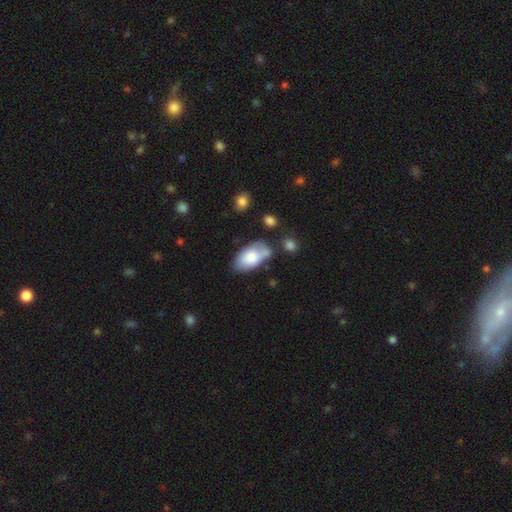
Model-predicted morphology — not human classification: This is likely a smooth galaxy (72%). How rounded: clearly in between (93%). Merging: possibly none (56%).